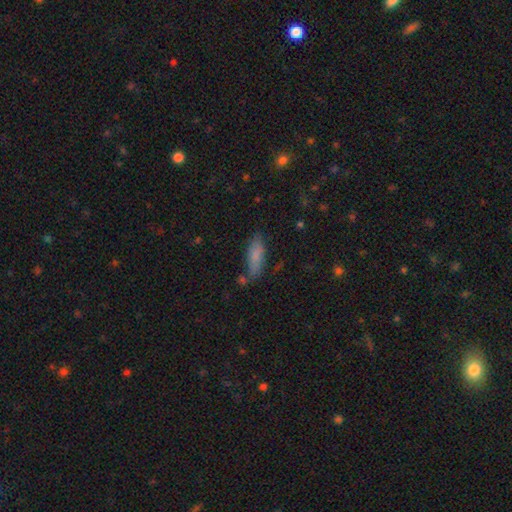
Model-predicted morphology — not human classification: Overall: smooth (80%). How rounded: in between (58%; cigar-shaped 40%). Merging: none (72%).